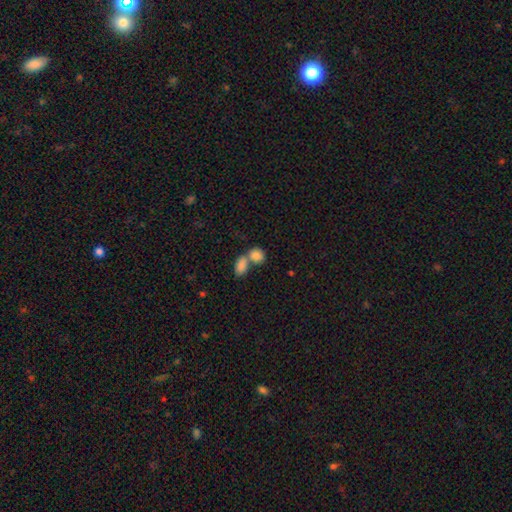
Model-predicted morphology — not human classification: smooth 85%, star or artifact 8%, featured or disk 7%. Down the decision tree: how rounded — in between (62%); merging — merger (59%).